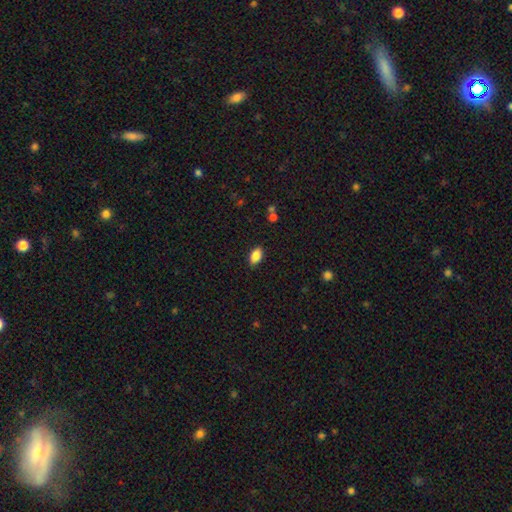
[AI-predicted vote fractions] A smooth galaxy with no disk features (87%) that is in between round and cigar-shaped (91%).

Vote fractions:
- Smooth or featured? smooth: 87% / star or artifact: 8% / featured or disk: 5%
- How rounded? in between: 91% / round: 6% / cigar-shaped: 3%
- Merging? none: 87% / minor disturbance: 9% / major disturbance: 2% / merger: 1%